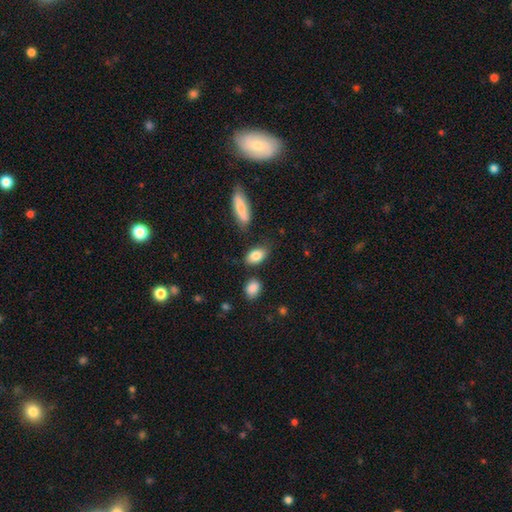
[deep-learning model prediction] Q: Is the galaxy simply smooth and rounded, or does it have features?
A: smooth — 84%.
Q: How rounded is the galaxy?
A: in between — 87%.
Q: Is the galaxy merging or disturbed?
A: none — 73%.